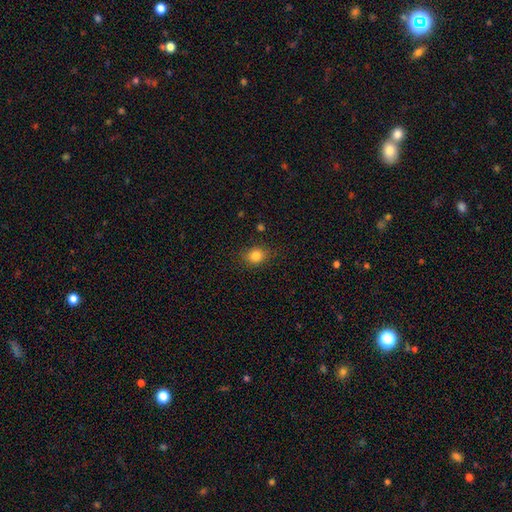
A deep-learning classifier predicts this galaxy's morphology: This appears to be a smooth galaxy with no disk features (83%) that is round (60%). Merging: none (83%).